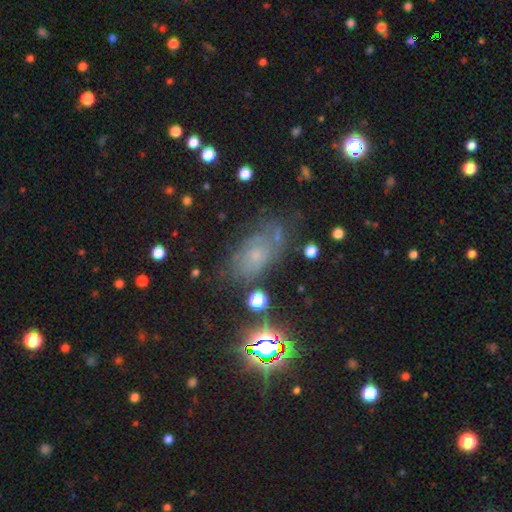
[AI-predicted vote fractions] Smooth or featured?
  - featured or disk: 39% *
  - smooth: 34%
  - star or artifact: 26%
Merging?
  - none: 58% *
  - minor disturbance: 25%
  - major disturbance: 14%
  - merger: 4%